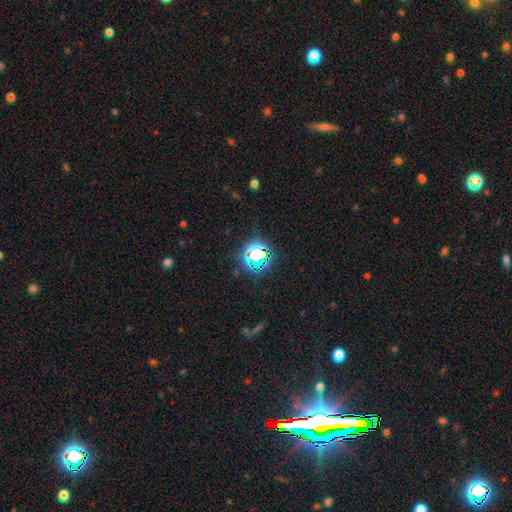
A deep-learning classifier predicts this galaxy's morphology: type=star or artifact (71%).